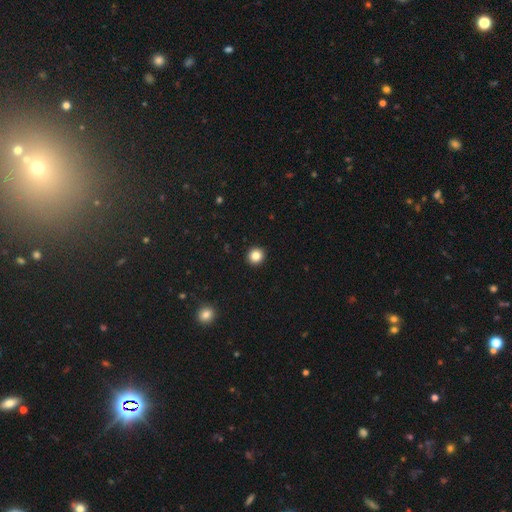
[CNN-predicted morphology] A smooth galaxy with no disk features (85%) that is round (92%). Merging: none (94%).